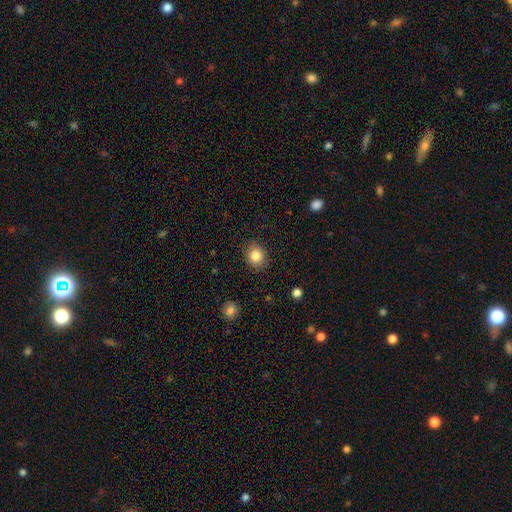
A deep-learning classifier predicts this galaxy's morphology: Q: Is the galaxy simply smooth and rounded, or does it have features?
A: smooth — 84%.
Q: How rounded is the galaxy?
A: round — 63%.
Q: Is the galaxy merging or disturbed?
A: none — 87%.